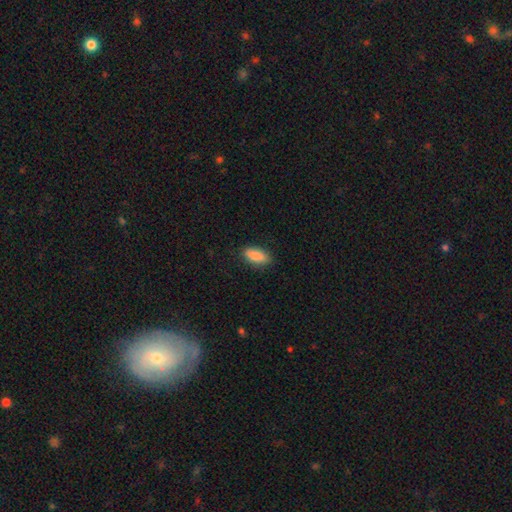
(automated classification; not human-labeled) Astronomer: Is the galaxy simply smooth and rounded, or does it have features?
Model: smooth — 88%.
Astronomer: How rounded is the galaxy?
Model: in between — 86%.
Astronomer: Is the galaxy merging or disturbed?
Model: none — 86%.